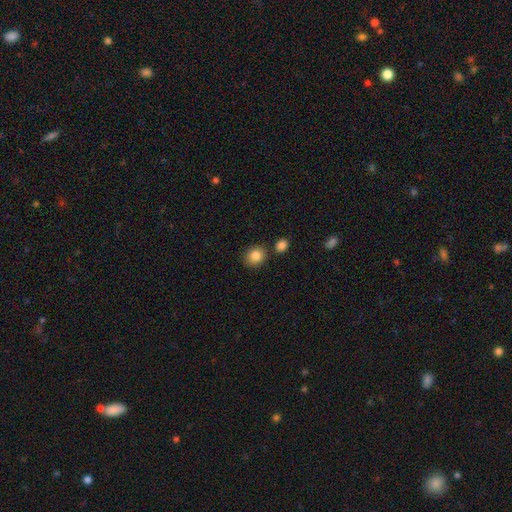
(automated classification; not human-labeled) smooth_or_featured: smooth (p=0.85) [alt: star or artifact p=0.09]
how_rounded: round (p=0.73) [alt: in between p=0.26]
merging: none (p=0.78) [alt: minor disturbance p=0.10]